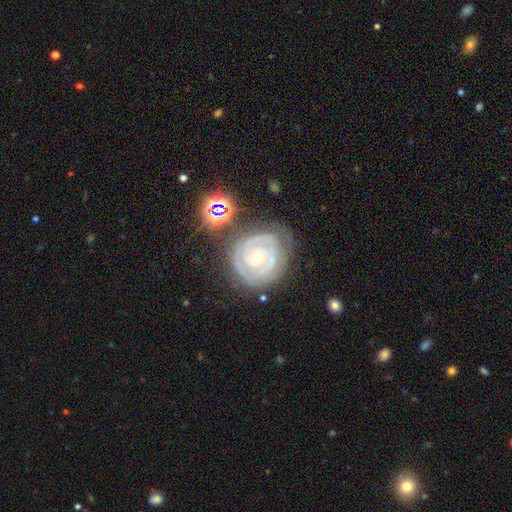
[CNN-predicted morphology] smooth-or-featured: featured or disk: 81% | smooth: 11% | star or artifact: 8%
  disk-edge-on: no: 97% | yes: 3%
    bar: no: 71% | weak: 20% | strong: 9%
    has-spiral-arms: yes: 87% | no: 13%
      spiral-winding: tight: 81% | medium: 15% | loose: 4%
      spiral-arm-count: 2: 39% | can't tell: 31% | 3: 16% | 4: 5% | 1: 5% | more than 4: 4%
    bulge-size: small: 58% | moderate: 38% | large: 2% | none: 1% | dominant: 1%
  merging: none: 70% | minor disturbance: 18% | major disturbance: 8% | merger: 5%